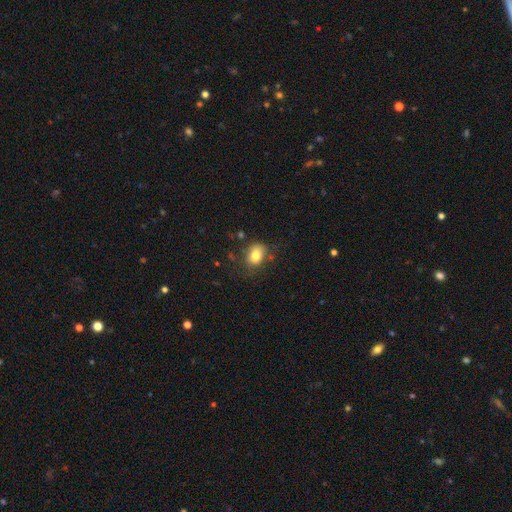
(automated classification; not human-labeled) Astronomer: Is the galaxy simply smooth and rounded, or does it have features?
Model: smooth — 78%.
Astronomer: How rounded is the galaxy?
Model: in between — 62% (runner-up: round, 37%).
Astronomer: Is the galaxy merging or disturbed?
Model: none — 69%.